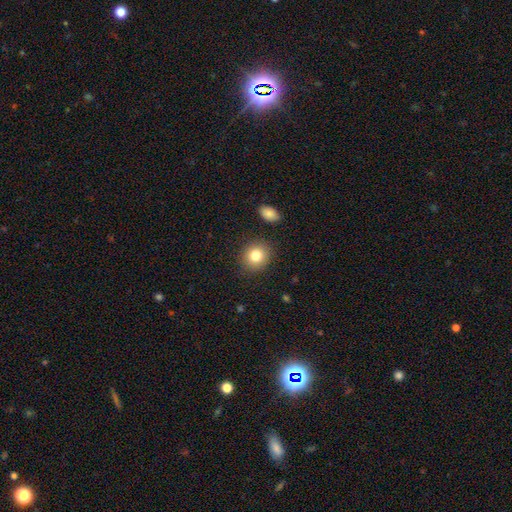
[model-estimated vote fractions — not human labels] smooth_or_featured: smooth (p=0.83) [alt: star or artifact p=0.09]
how_rounded: round (p=0.75) [alt: in between p=0.24]
merging: none (p=0.87) [alt: minor disturbance p=0.08]